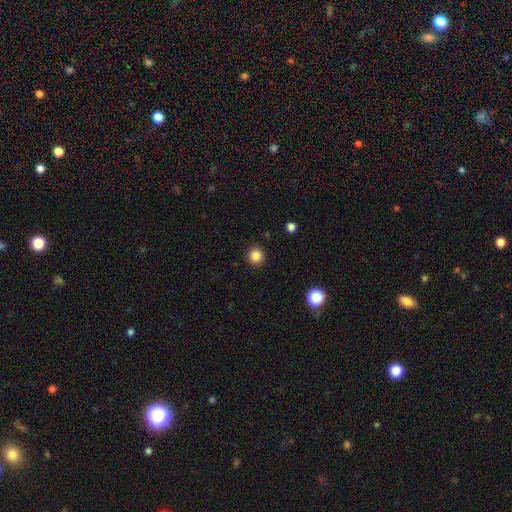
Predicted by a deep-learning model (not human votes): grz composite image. It shows a smooth galaxy with no disk features (85%) that is round (94%). Merging: none (92%).